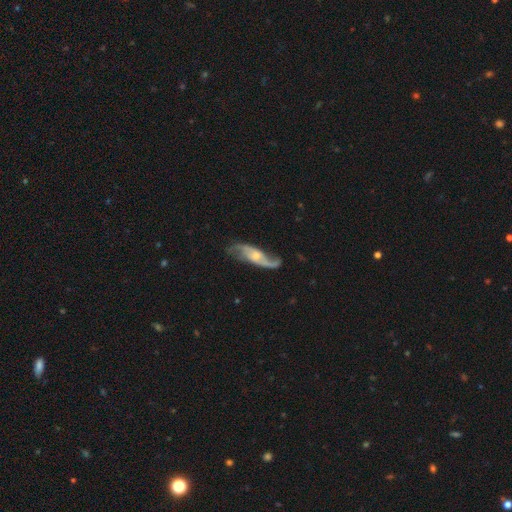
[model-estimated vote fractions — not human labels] A featured or disk galaxy (84%) with no bar (55%), 2 (89%) loose (64%) spiral arms (95%) and a small central bulge (50%).

Vote fractions:
- Smooth or featured? featured or disk: 84% / smooth: 10% / star or artifact: 6%
- Edge-on disk? no: 87% / yes: 13%
- Bar? no: 55% / weak: 34% / strong: 11%
- Spiral arms? yes: 95% / no: 5%
- Spiral winding? loose: 64% / medium: 28% / tight: 8%
- Spiral arm count? 2: 89% / can't tell: 4% / 1: 3% / 3: 2% / 4: 1% / more than 4: 1%
- Bulge size? small: 50% / moderate: 43% / none: 4% / large: 3% / dominant: 1%
- Merging? none: 70% / minor disturbance: 19% / major disturbance: 9% / merger: 2%